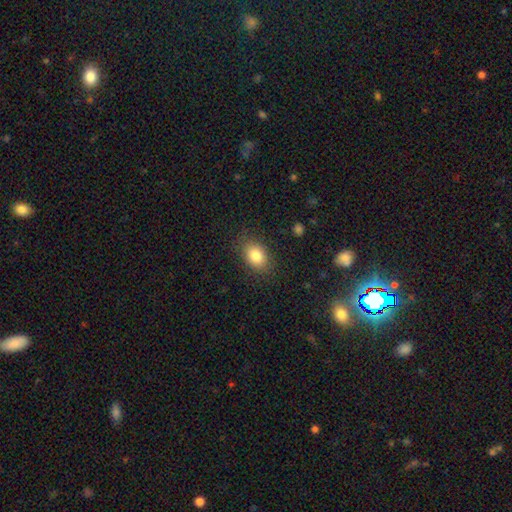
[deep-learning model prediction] A smooth galaxy with no disk features (83%) that is in between round and cigar-shaped (76%).

Vote fractions:
- Smooth or featured? smooth: 83% / star or artifact: 9% / featured or disk: 8%
- How rounded? in between: 76% / round: 23% / cigar-shaped: 1%
- Merging? none: 84% / minor disturbance: 12% / major disturbance: 4% / merger: 1%